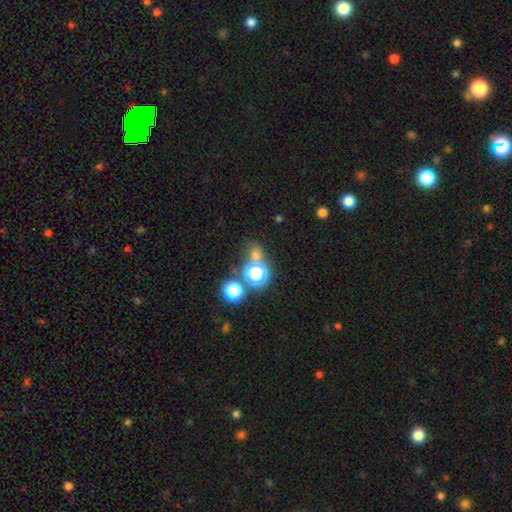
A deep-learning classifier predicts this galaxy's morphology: This is likely a smooth galaxy (60%). How rounded: likely round (79%). Merging: likely none (64%).